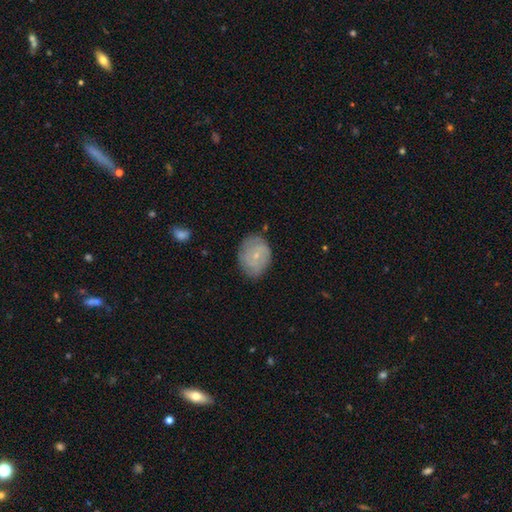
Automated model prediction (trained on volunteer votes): This appears to be a smooth galaxy with no disk features (47%). Merging: none (70%).